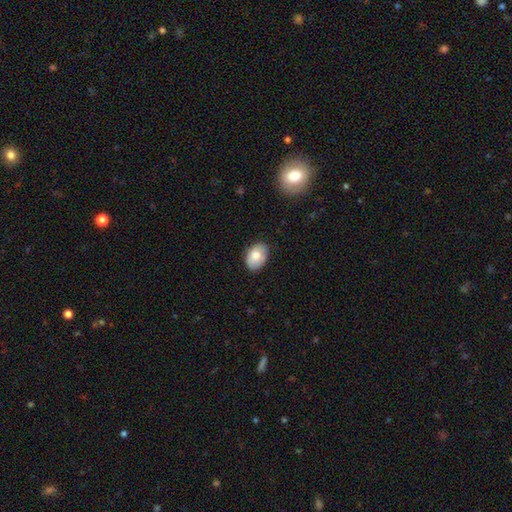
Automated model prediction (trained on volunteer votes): This is likely a smooth galaxy (79%). How rounded: clearly in between (82%). Merging: likely none (77%).